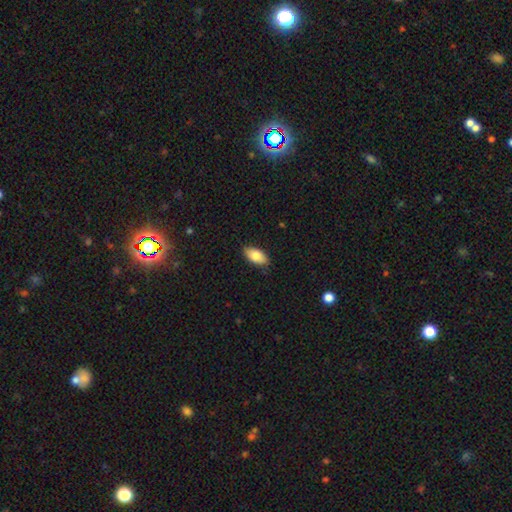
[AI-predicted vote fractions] Morphology: type=smooth (80%); roundness=in between (92%); merging=none (85%).